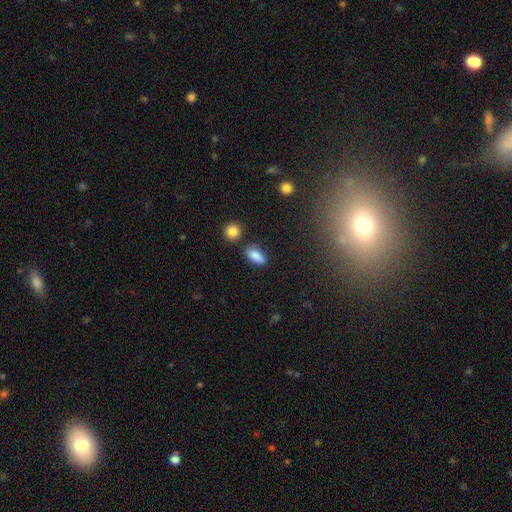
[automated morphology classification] smooth 86%, star or artifact 9%, featured or disk 6%. Down the decision tree: how rounded — in between (83%); merging — none (76%).